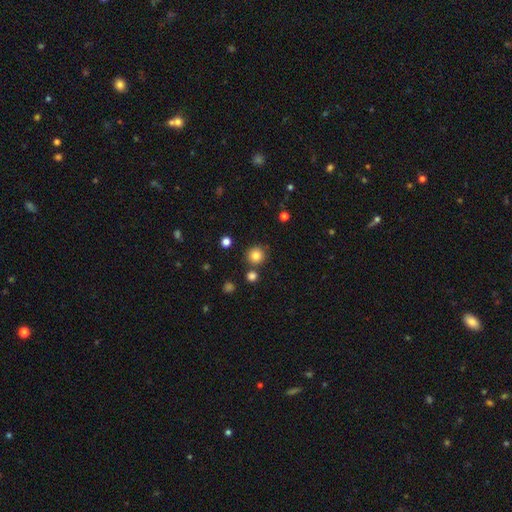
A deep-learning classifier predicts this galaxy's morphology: Q: Smooth or featured?
A: smooth (82%); runner-up: star or artifact (12%)
Q: How rounded?
A: round (94%); runner-up: in between (5%)
Q: Merging?
A: none (85%); runner-up: minor disturbance (7%)